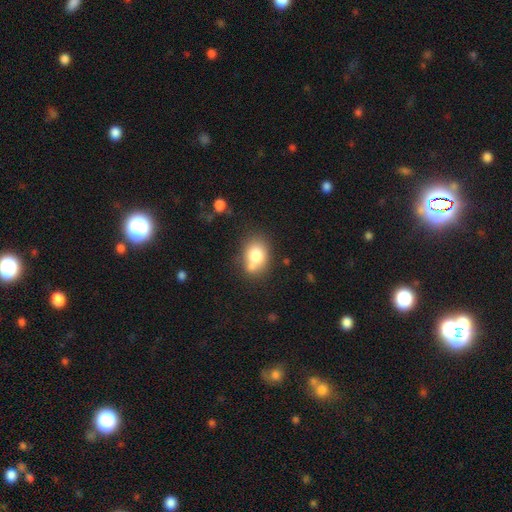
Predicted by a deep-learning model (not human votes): smooth_or_featured: smooth (p=0.77) [alt: featured or disk p=0.14]
how_rounded: in between (p=0.61) [alt: round p=0.38]
merging: none (p=0.56) [alt: merger p=0.21]